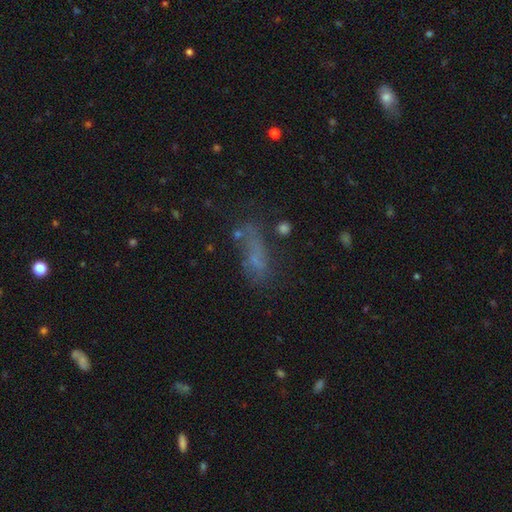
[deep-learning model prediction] Smooth or featured: smooth — 51% (featured or disk — 25%)
How rounded: in between — 64% (cigar-shaped — 29%)
Merging: none — 41% (major disturbance — 25%)